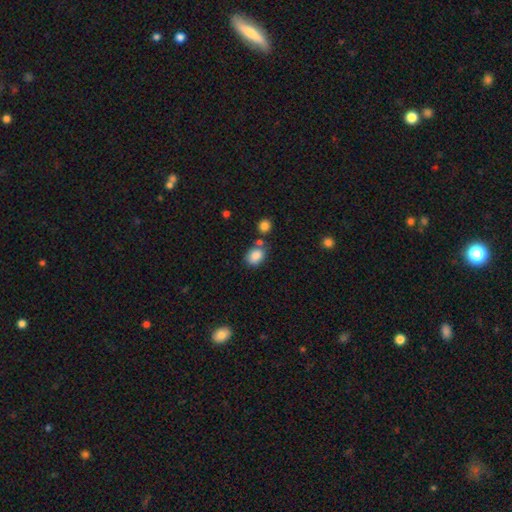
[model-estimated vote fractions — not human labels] Smooth or featured: smooth — 86% (star or artifact — 9%)
How rounded: in between — 63% (round — 36%)
Merging: none — 61% (merger — 18%)